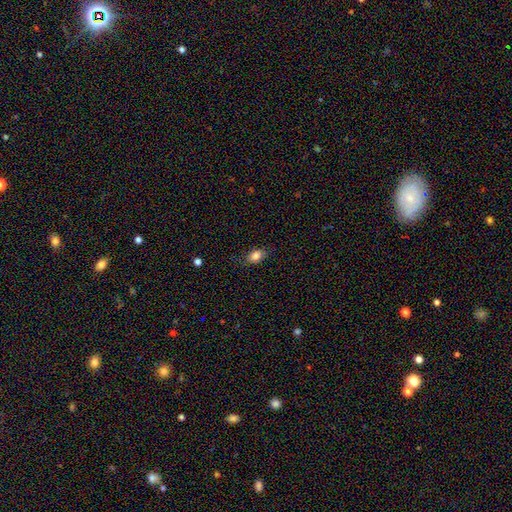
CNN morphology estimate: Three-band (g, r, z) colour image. It shows a smooth galaxy with no disk features (84%) that is in between round and cigar-shaped (79%). Merging: none (80%).